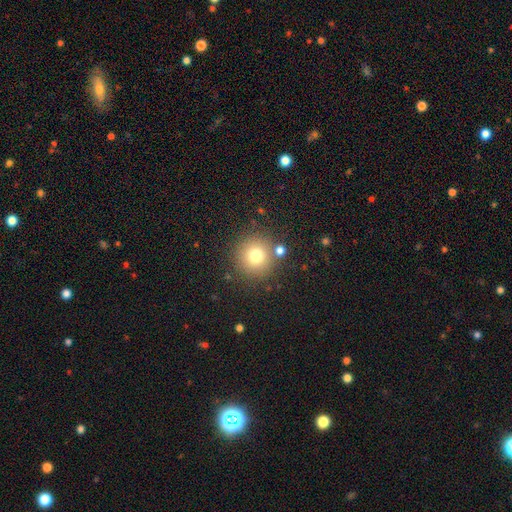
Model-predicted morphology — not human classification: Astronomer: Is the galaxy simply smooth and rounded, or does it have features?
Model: smooth — 75%.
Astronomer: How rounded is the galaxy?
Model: round — 95%.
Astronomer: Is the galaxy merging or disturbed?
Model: none — 83%.